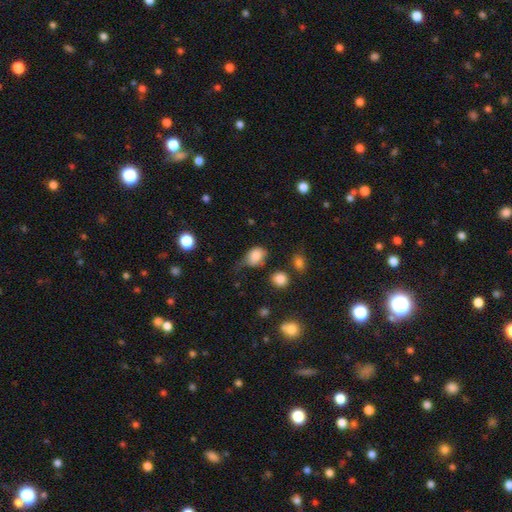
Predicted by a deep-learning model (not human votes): Smooth or featured? Predicted: smooth (p=0.80). How rounded? Predicted: in between (p=0.65). Merging? Predicted: minor disturbance (p=0.41).